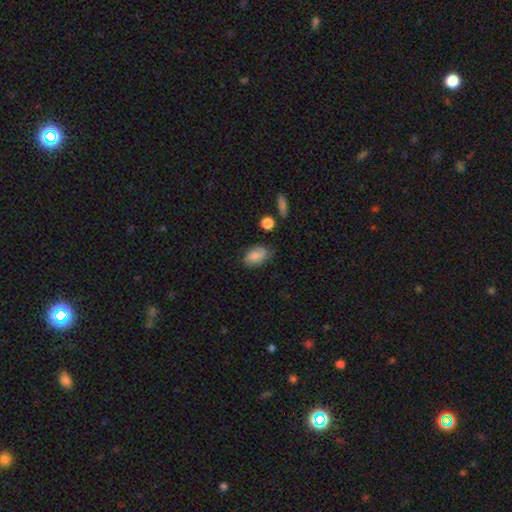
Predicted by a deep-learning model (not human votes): Q: Smooth or featured?
A: smooth (65%); runner-up: featured or disk (25%)
Q: How rounded?
A: in between (85%); runner-up: round (13%)
Q: Merging?
A: none (62%); runner-up: minor disturbance (26%)